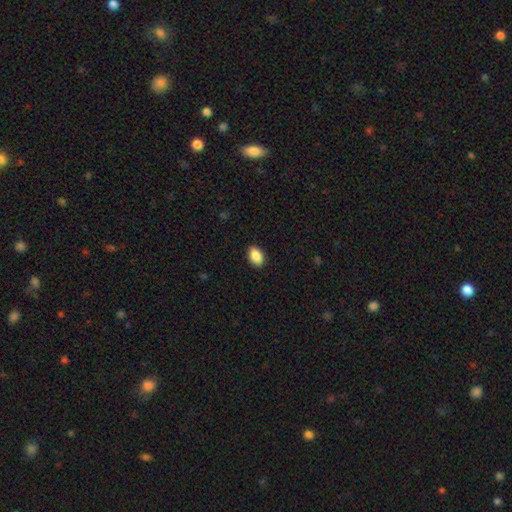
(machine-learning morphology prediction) Q: Smooth or featured?
A: smooth (89%); runner-up: star or artifact (7%)
Q: How rounded?
A: in between (89%); runner-up: round (9%)
Q: Merging?
A: none (89%); runner-up: minor disturbance (8%)